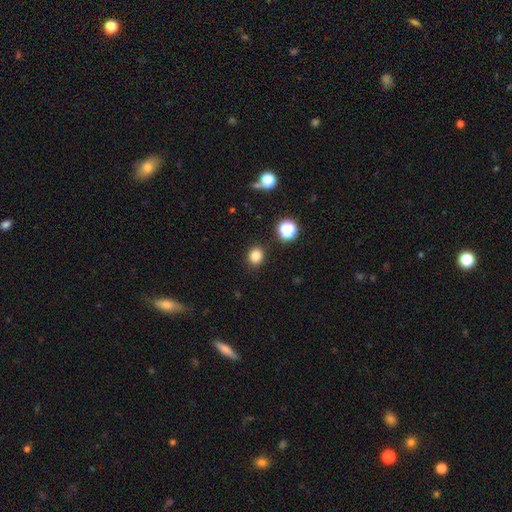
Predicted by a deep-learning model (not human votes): Morphology: type=smooth (83%); roundness=round (75%); merging=none (89%).